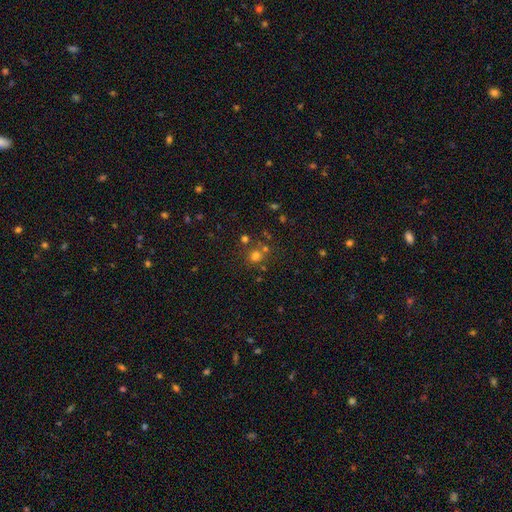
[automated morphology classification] A smooth galaxy with no disk features (65%) that is round (82%). Merging: none (63%).